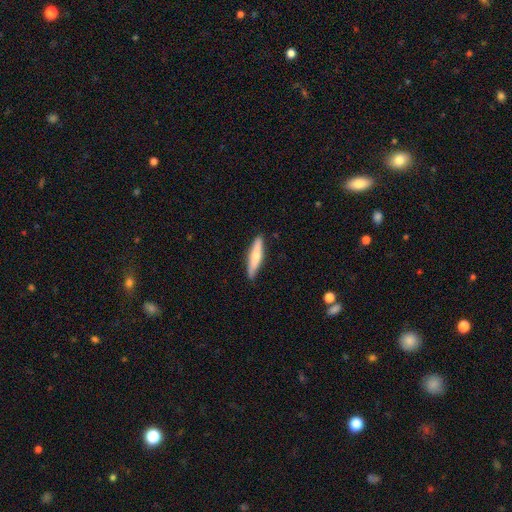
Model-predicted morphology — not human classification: smooth-or-featured: smooth: 65% | featured or disk: 29% | star or artifact: 5%
  how-rounded: cigar-shaped: 85% | in between: 14% | round: 1%
  merging: none: 87% | minor disturbance: 10% | major disturbance: 2% | merger: 1%